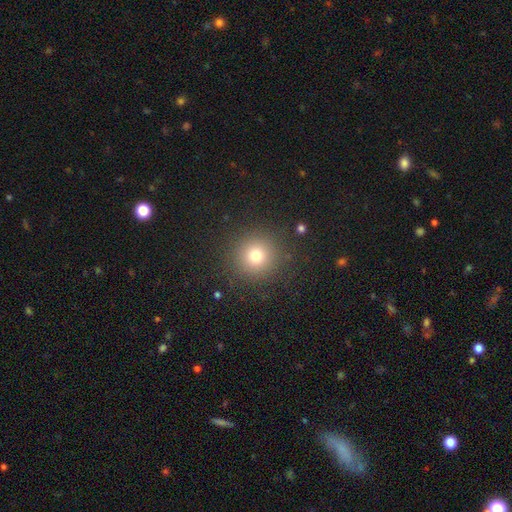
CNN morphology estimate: smooth 75%, star or artifact 16%, featured or disk 9%. Down the decision tree: how rounded — round (95%); merging — none (89%).